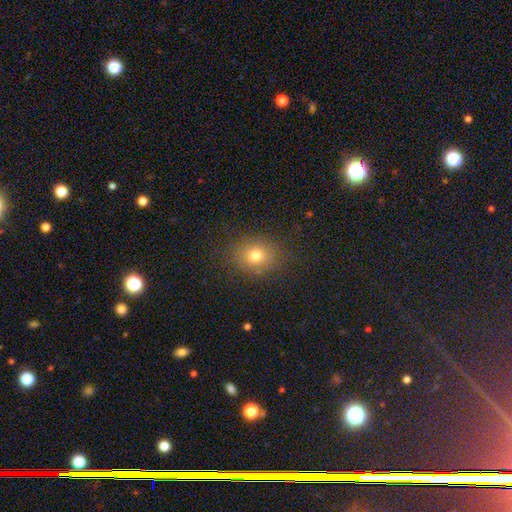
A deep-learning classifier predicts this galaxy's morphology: Q: Smooth or featured?
A: smooth (75%); runner-up: star or artifact (15%)
Q: How rounded?
A: round (63%); runner-up: in between (36%)
Q: Merging?
A: none (84%); runner-up: minor disturbance (11%)